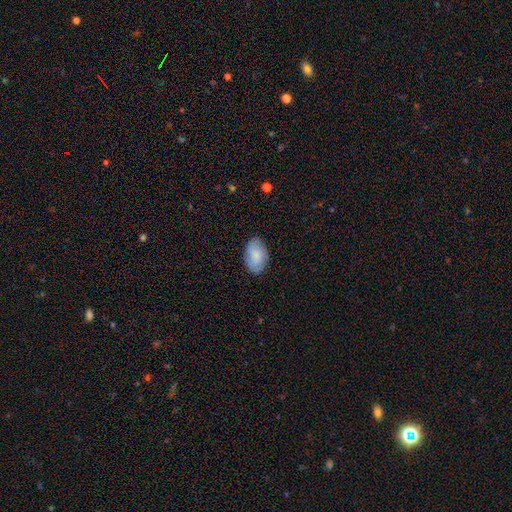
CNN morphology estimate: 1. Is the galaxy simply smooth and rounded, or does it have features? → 81% smooth, 13% featured or disk, 6% star or artifact.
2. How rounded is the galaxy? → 92% in between, 7% round, 1% cigar-shaped.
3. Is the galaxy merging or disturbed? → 83% none, 13% minor disturbance, 3% major disturbance, 1% merger.